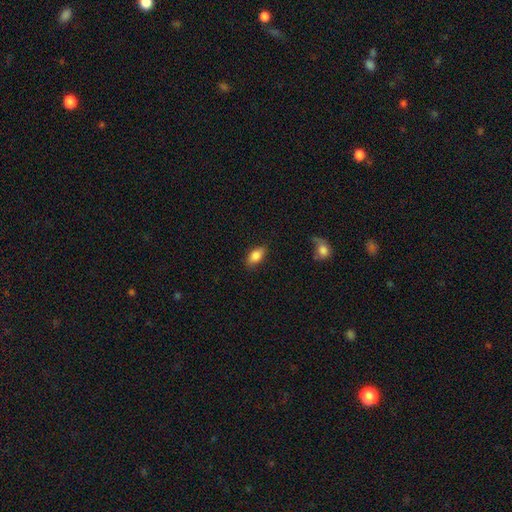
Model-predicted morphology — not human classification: This is clearly a smooth galaxy (84%). How rounded: clearly in between (89%). Merging: clearly none (82%).